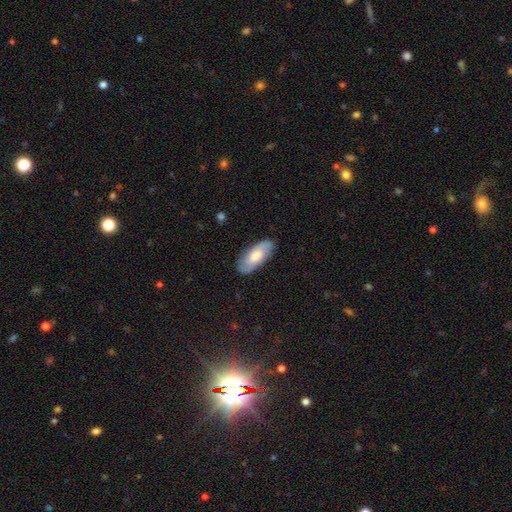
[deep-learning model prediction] This appears to be a smooth galaxy with no disk features (49%). Merging: none (84%).